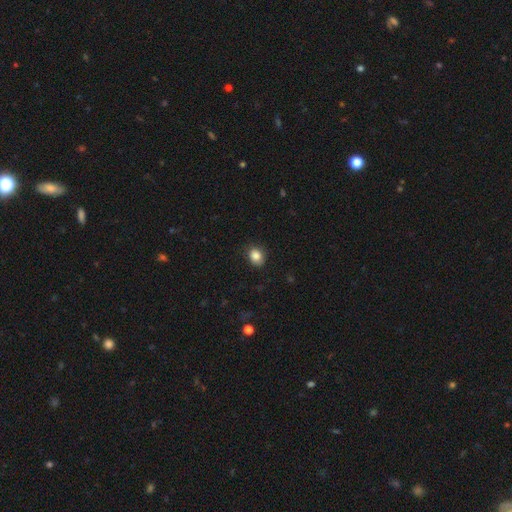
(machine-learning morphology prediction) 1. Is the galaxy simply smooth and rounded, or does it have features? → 86% smooth, 9% star or artifact, 5% featured or disk.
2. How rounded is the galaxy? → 50% in between, 49% round, 1% cigar-shaped.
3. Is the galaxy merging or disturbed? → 83% none, 13% minor disturbance, 3% major disturbance, 1% merger.